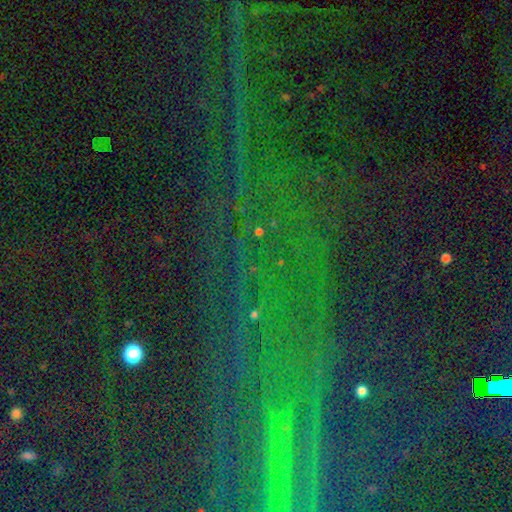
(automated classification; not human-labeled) smooth_or_featured: star or artifact (p=0.82) [alt: smooth p=0.09]